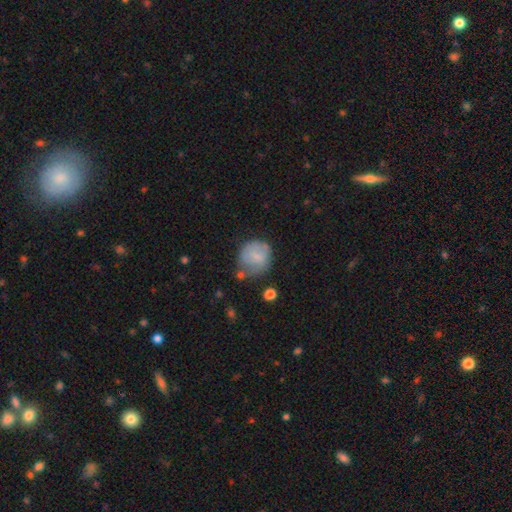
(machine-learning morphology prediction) type=smooth (69%); roundness=round (81%); merging=none (52%).